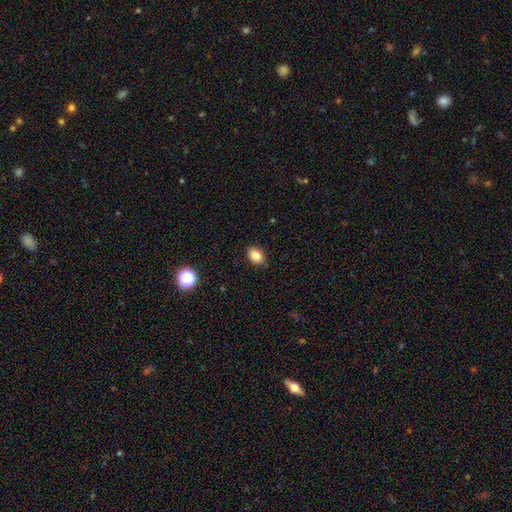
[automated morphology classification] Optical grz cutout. It shows a smooth galaxy with no disk features (84%) that is in between round and cigar-shaped (73%). Merging: none (87%).